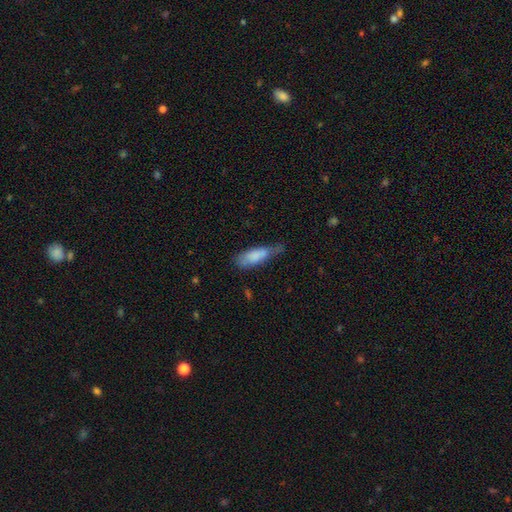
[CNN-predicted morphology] smooth 77%, featured or disk 16%, star or artifact 7%. Down the decision tree: how rounded — in between (62%); merging — minor disturbance (41%).